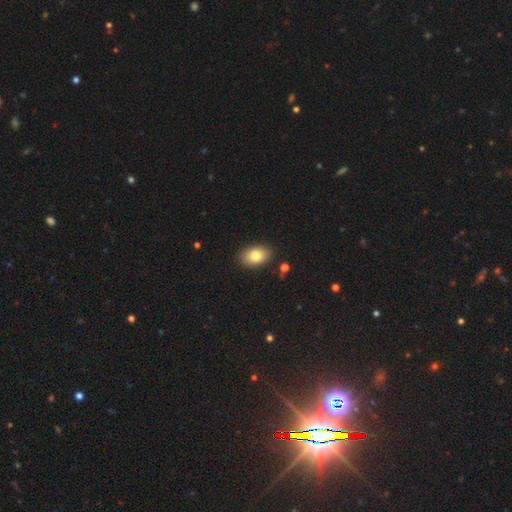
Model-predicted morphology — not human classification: A smooth galaxy with no disk features (81%) that is in between round and cigar-shaped (88%).

Vote fractions:
- Smooth or featured? smooth: 81% / featured or disk: 11% / star or artifact: 8%
- How rounded? in between: 88% / round: 11% / cigar-shaped: 1%
- Merging? none: 87% / minor disturbance: 9% / major disturbance: 2% / merger: 2%